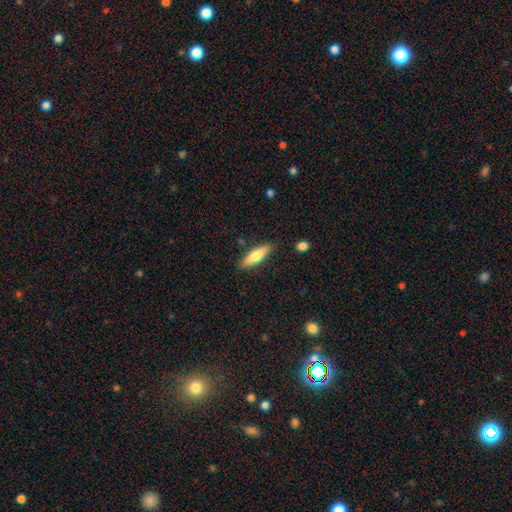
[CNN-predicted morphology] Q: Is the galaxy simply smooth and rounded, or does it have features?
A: smooth — 68%.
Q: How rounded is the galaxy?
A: cigar-shaped — 59%.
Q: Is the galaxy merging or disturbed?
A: none — 85%.